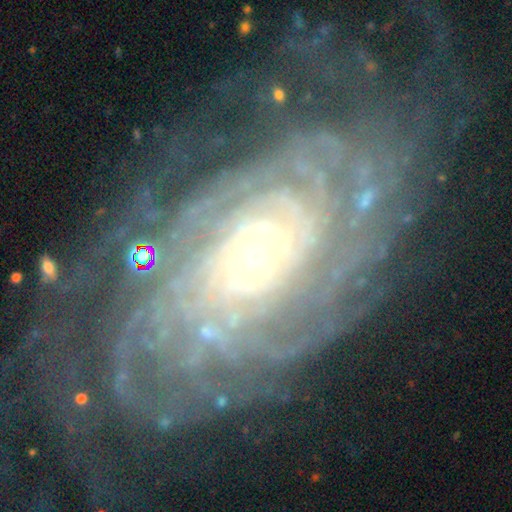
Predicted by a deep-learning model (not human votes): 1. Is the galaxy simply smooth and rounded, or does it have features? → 89% featured or disk, 6% star or artifact, 5% smooth.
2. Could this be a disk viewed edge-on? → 96% no, 4% yes.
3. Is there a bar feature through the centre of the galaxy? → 68% no, 22% weak, 10% strong.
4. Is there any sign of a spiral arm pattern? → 97% yes, 3% no.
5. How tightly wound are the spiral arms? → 78% tight, 17% medium, 5% loose.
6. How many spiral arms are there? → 31% can't tell, 24% more than 4, 14% 4, 12% 2, 10% 3, 8% 1.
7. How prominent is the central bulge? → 68% small, 24% moderate, 5% large, 2% none, 1% dominant.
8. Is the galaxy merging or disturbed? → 67% none, 17% minor disturbance, 14% major disturbance, 2% merger.